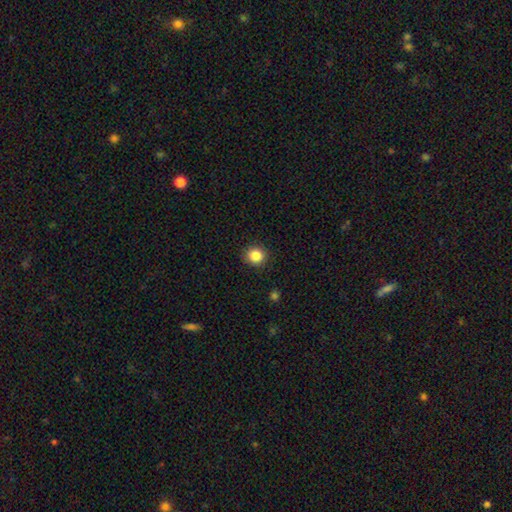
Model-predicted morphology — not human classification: Q: Smooth or featured?
A: smooth (86%); runner-up: star or artifact (10%)
Q: How rounded?
A: round (89%); runner-up: in between (10%)
Q: Merging?
A: none (91%); runner-up: minor disturbance (6%)